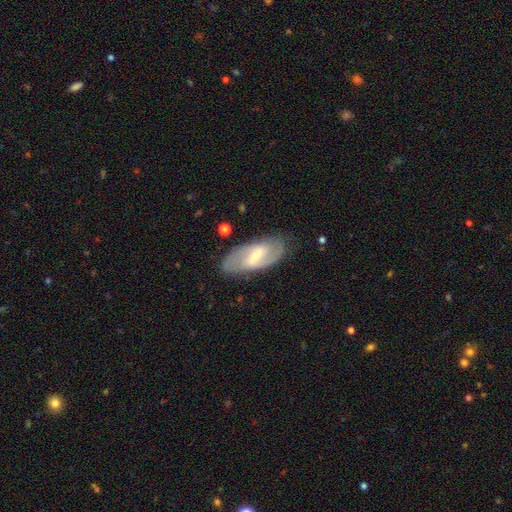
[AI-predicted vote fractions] A featured or disk galaxy (78%) with a weak bar (48%), 2 (84%) medium (49%) spiral arms (90%) and a small central bulge (62%).

Vote fractions:
- Smooth or featured? featured or disk: 78% / smooth: 17% / star or artifact: 5%
- Edge-on disk? no: 93% / yes: 7%
- Bar? weak: 48% / strong: 38% / no: 14%
- Spiral arms? yes: 90% / no: 10%
- Spiral winding? medium: 49% / tight: 29% / loose: 22%
- Spiral arm count? 2: 84% / can't tell: 10% / 3: 2% / 1: 2% / 4: 1% / more than 4: 1%
- Bulge size? small: 62% / moderate: 32% / none: 3% / large: 2% / dominant: 1%
- Merging? none: 82% / minor disturbance: 13% / major disturbance: 4% / merger: 1%